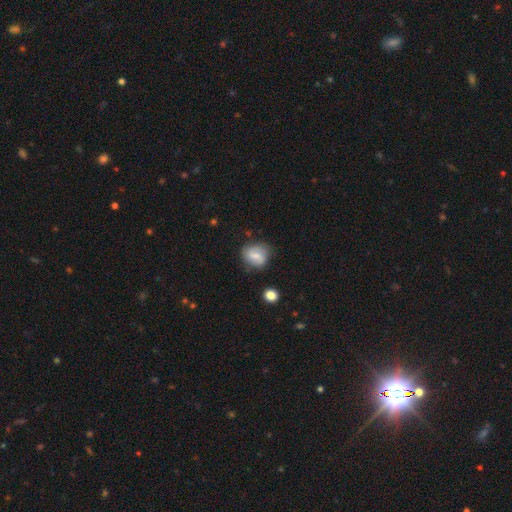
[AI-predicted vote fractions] smooth-or-featured: smooth: 63% | featured or disk: 29% | star or artifact: 8%
  how-rounded: round: 57% | in between: 42% | cigar-shaped: 1%
  merging: none: 65% | minor disturbance: 24% | major disturbance: 7% | merger: 3%